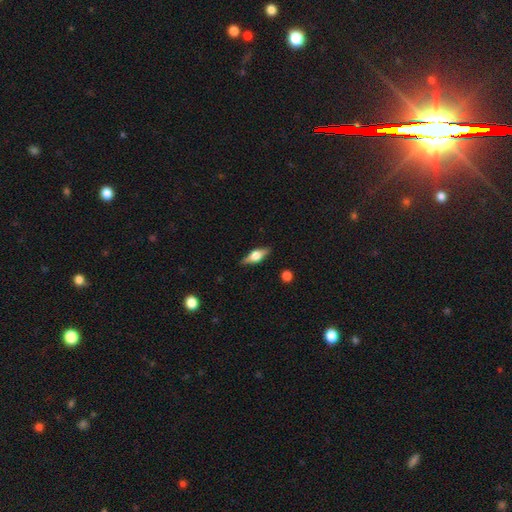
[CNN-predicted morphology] Smooth or featured: featured or disk — 61% (smooth — 32%)
Edge-on disk: yes — 94% (no — 6%)
Edge-on bulge: rounded — 92% (boxy — 7%)
Merging: none — 87% (minor disturbance — 10%)